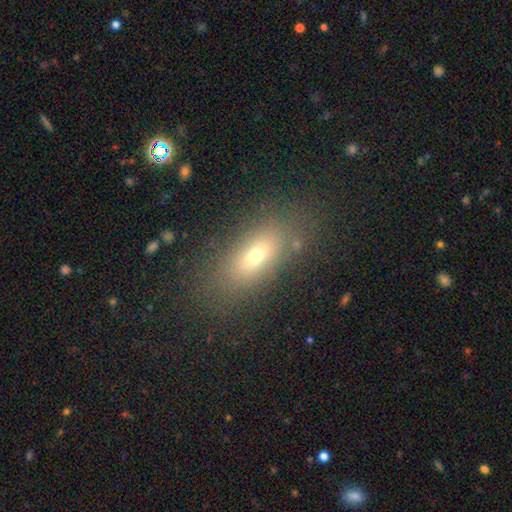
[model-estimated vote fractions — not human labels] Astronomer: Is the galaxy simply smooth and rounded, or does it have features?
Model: smooth — 64%.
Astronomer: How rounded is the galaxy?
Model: in between — 74%.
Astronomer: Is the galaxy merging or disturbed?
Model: none — 81%.